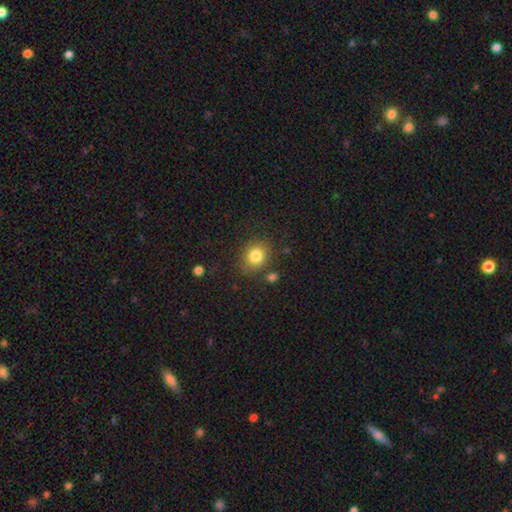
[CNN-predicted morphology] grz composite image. It shows a smooth galaxy with no disk features (81%) that is round (62%). Merging: none (77%).